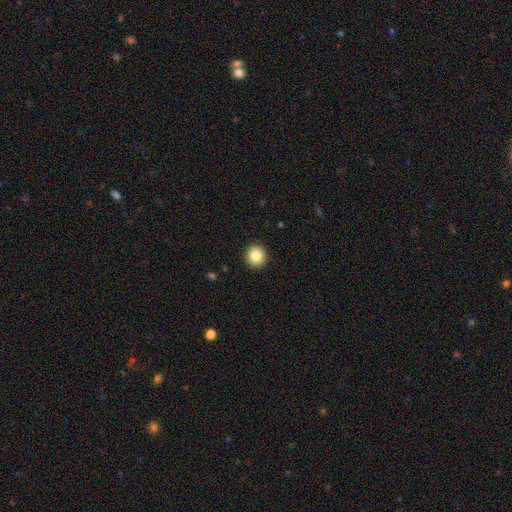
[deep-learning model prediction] This is clearly a smooth galaxy (85%). How rounded: clearly round (94%). Merging: clearly none (93%).